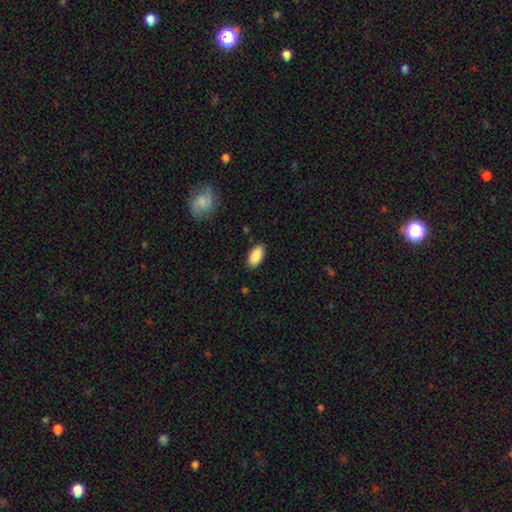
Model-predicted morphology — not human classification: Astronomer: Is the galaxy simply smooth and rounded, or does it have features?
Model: smooth — 89%.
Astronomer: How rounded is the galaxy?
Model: in between — 94%.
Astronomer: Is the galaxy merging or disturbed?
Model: none — 87%.